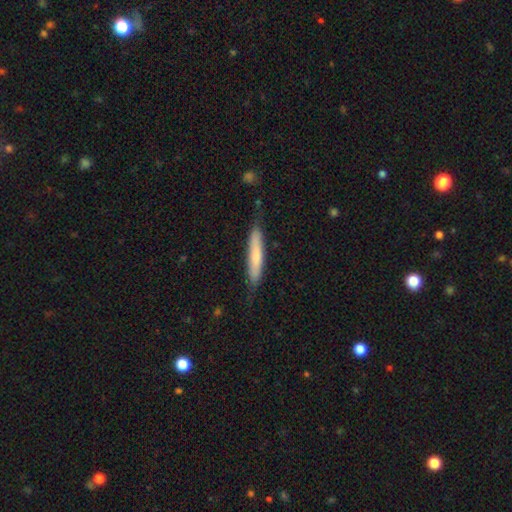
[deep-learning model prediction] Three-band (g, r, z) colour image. It shows a smooth galaxy with no disk features (67%) that is cigar-shaped (91%). Merging: none (77%).